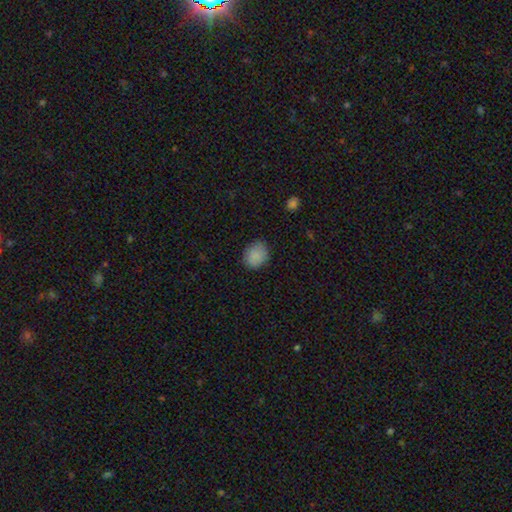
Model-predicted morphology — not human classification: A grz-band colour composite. It shows a smooth galaxy with no disk features (87%) that is round (60%). Merging: none (81%).